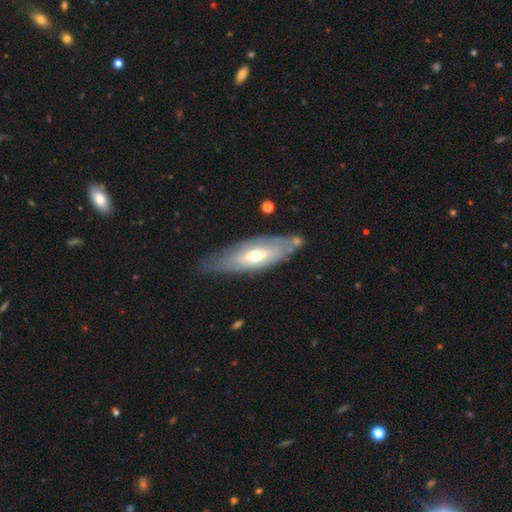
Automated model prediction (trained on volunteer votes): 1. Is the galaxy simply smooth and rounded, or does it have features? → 55% featured or disk, 39% smooth, 6% star or artifact.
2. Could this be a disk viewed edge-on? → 60% no, 40% yes.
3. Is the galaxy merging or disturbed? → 67% none, 22% minor disturbance, 7% major disturbance, 4% merger.